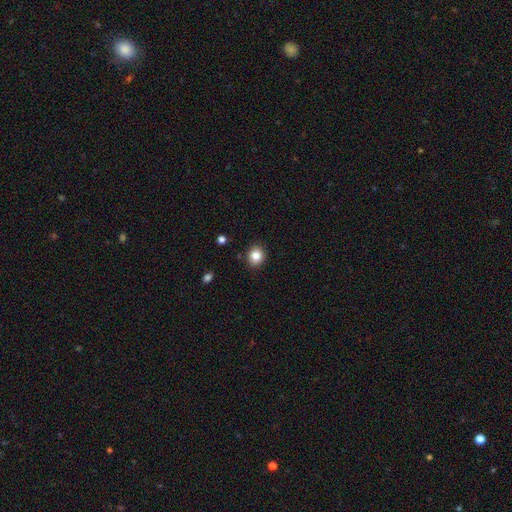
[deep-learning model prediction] smooth-or-featured: smooth: 84% | star or artifact: 10% | featured or disk: 6%
  how-rounded: round: 79% | in between: 20% | cigar-shaped: 1%
  merging: none: 90% | minor disturbance: 7% | major disturbance: 2% | merger: 1%